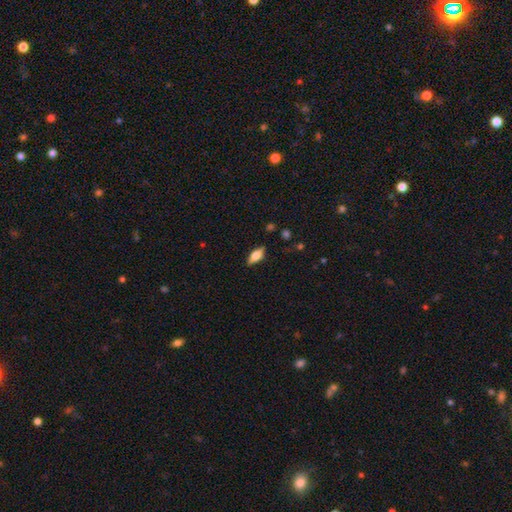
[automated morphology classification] Overall: smooth (62%; featured or disk 31%). How rounded: in between (80%). Merging: none (83%).